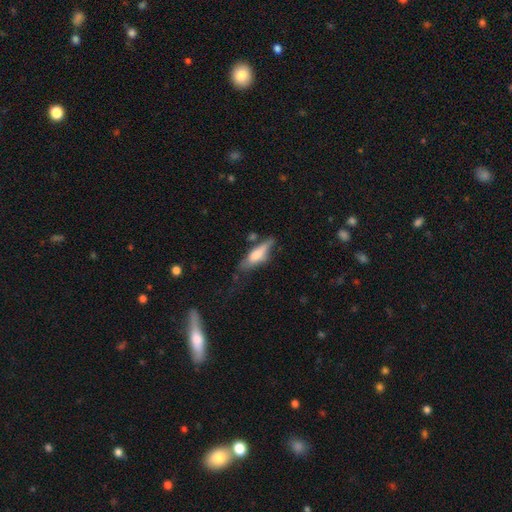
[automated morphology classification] Smooth or featured?
  - smooth: 65% *
  - featured or disk: 29%
  - star or artifact: 7%
How rounded?
  - cigar-shaped: 53% *
  - in between: 44%
  - round: 2%
Merging?
  - none: 50% *
  - minor disturbance: 29%
  - major disturbance: 12%
  - merger: 8%